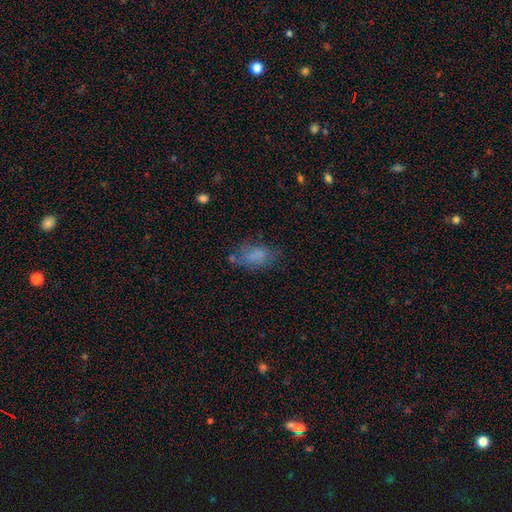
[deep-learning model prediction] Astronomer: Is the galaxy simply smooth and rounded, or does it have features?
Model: smooth — 67%.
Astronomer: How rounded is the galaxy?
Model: in between — 87%.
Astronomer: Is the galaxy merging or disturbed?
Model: none — 52%.